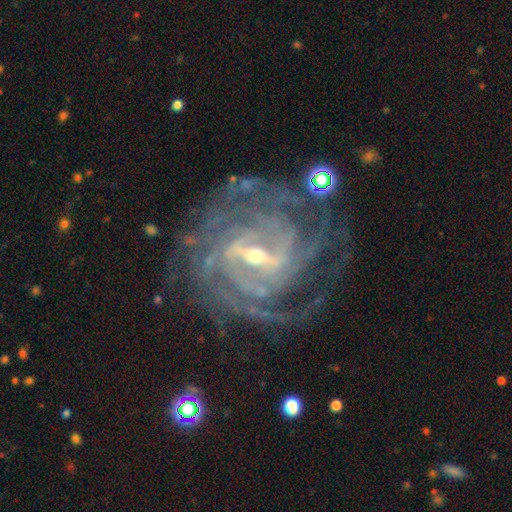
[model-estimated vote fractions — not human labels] A featured or disk galaxy (92%) with a strong bar (55%), 4 (29%) tight (74%) spiral arms (98%) and a small central bulge (59%). Merging: none (76%).